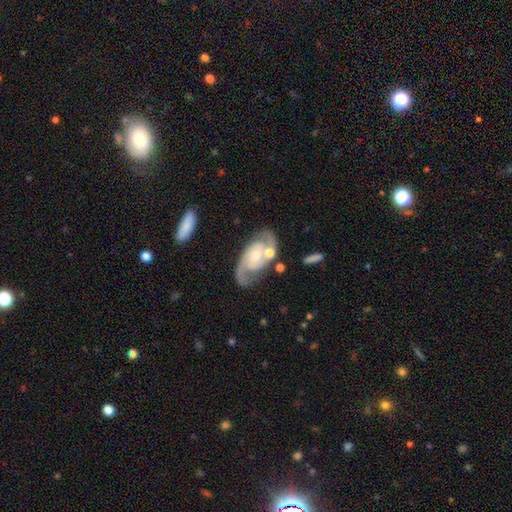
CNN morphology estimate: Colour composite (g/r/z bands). It shows a featured or disk galaxy (88%) with no bar (57%), 2 (90%) medium (54%) spiral arms (97%) and a moderate central bulge (46%). Merging: none (65%).